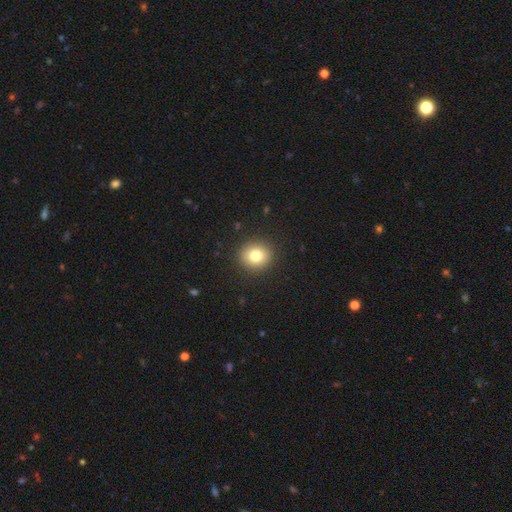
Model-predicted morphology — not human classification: This is clearly a smooth galaxy (81%). How rounded: clearly round (82%). Merging: clearly none (91%).